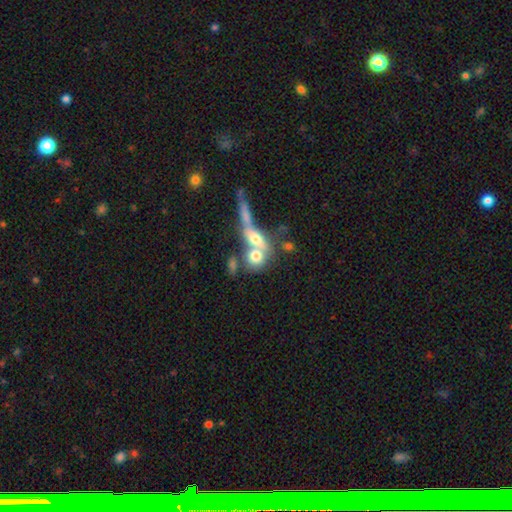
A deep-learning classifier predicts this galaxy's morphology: The model was most divided on "how rounded": round: 53%, in between: 37%, cigar-shaped: 10%. More confident: smooth or featured — smooth (65%); merging — merger (62%).